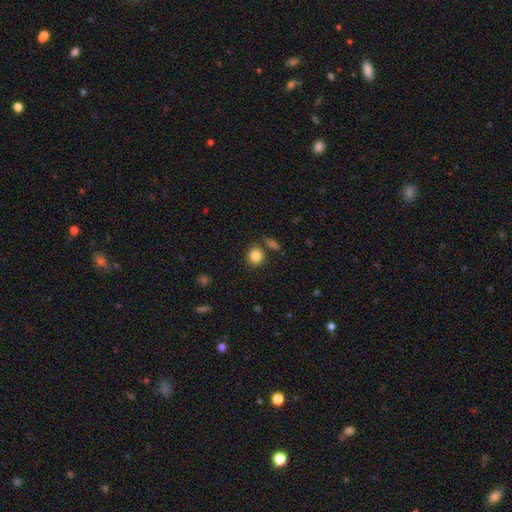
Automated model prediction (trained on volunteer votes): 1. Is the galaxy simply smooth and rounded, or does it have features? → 85% smooth, 10% star or artifact, 5% featured or disk.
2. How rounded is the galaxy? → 80% round, 19% in between, 1% cigar-shaped.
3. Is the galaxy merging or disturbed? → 79% none, 10% minor disturbance, 8% merger, 3% major disturbance.